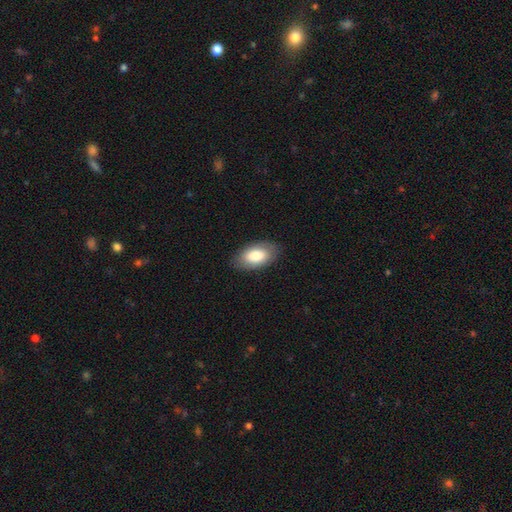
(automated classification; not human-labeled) Smooth or featured?
  - smooth: 81% *
  - featured or disk: 13%
  - star or artifact: 6%
How rounded?
  - in between: 94% *
  - round: 4%
  - cigar-shaped: 2%
Merging?
  - none: 85% *
  - minor disturbance: 11%
  - major disturbance: 3%
  - merger: 1%